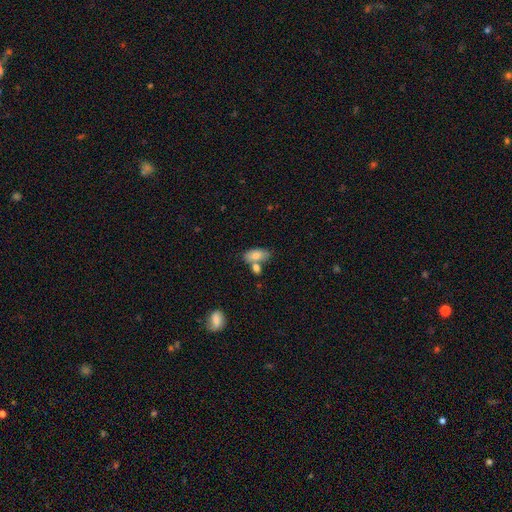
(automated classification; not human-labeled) The model was most divided on "merging": none: 53%, merger: 30%, minor disturbance: 13%, major disturbance: 4%. More confident: how rounded — in between (89%); smooth or featured — smooth (77%).